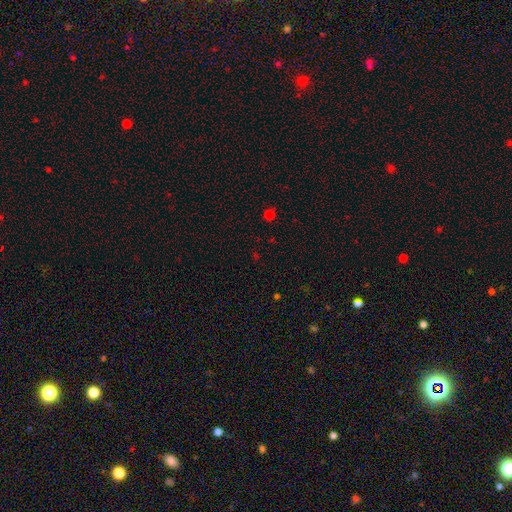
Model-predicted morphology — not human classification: Smooth or featured?
  - star or artifact: 58% *
  - smooth: 36%
  - featured or disk: 6%